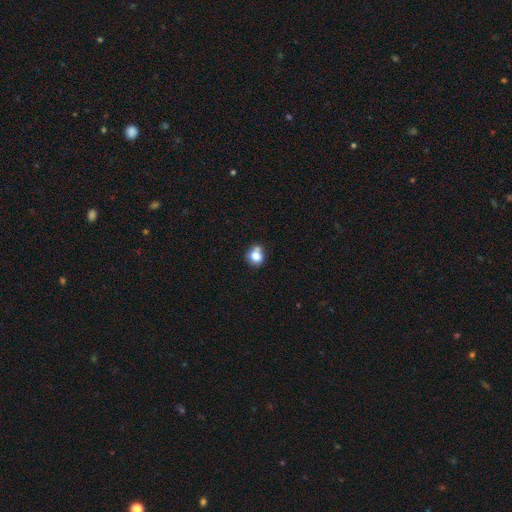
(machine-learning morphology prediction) Smooth or featured? Predicted: smooth (p=0.79). How rounded? Predicted: round (p=0.71). Merging? Predicted: none (p=0.53).